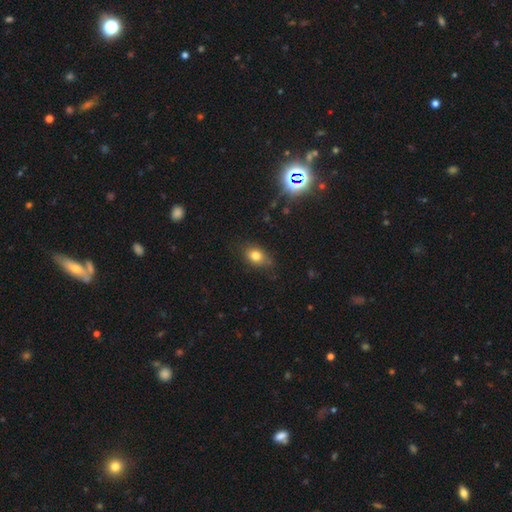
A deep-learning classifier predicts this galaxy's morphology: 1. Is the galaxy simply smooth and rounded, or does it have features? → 78% smooth, 12% star or artifact, 10% featured or disk.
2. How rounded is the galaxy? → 69% in between, 29% round, 2% cigar-shaped.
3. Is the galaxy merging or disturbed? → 75% none, 19% minor disturbance, 4% major disturbance, 2% merger.